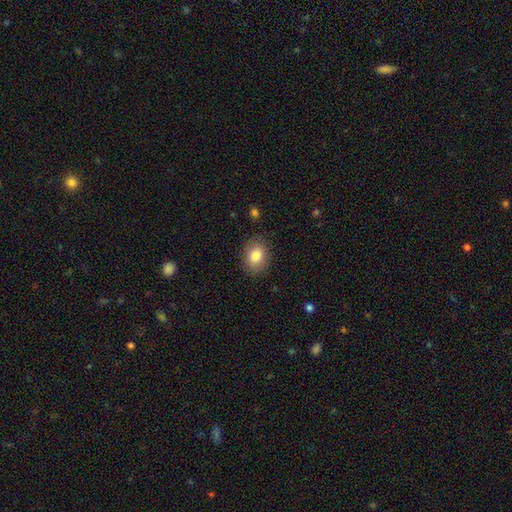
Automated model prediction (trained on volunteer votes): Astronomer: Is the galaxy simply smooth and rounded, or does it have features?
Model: smooth — 83%.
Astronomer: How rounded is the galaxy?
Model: in between — 66%.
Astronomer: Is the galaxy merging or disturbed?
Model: none — 85%.